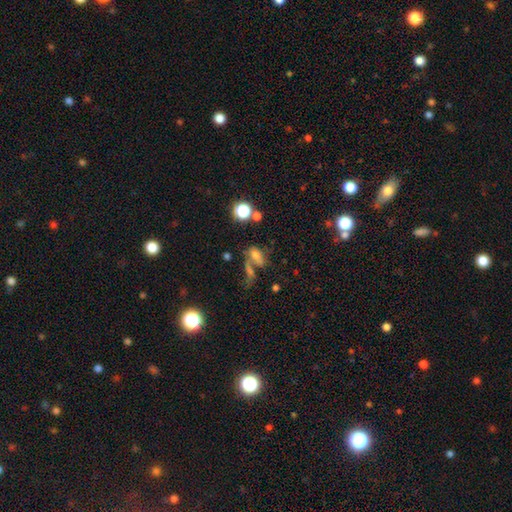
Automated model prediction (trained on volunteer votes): Q: Smooth or featured?
A: smooth (57%); runner-up: star or artifact (21%)
Q: How rounded?
A: in between (71%); runner-up: round (23%)
Q: Merging?
A: merger (38%); runner-up: none (33%)